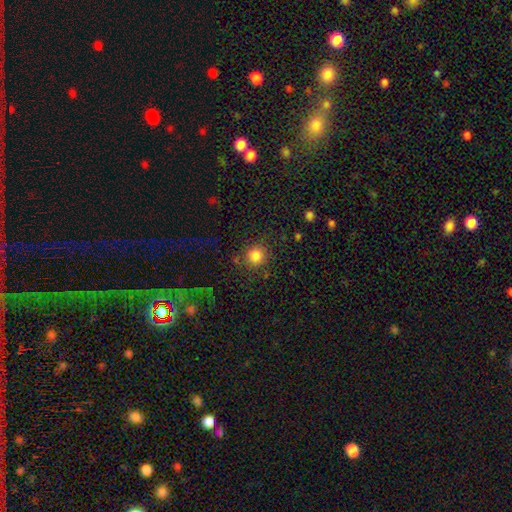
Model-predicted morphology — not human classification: Smooth or featured? smooth (83%)
How rounded? round (91%)
Merging? none (80%)